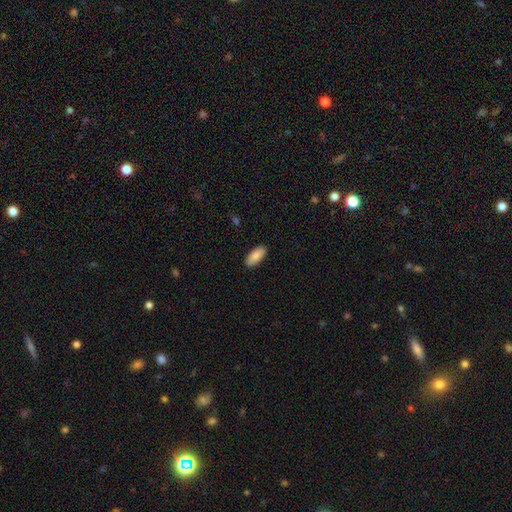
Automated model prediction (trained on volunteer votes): smooth-or-featured: smooth: 86% | featured or disk: 8% | star or artifact: 6%
  how-rounded: in between: 90% | cigar-shaped: 8% | round: 2%
  merging: none: 90% | minor disturbance: 8% | major disturbance: 2% | merger: 1%